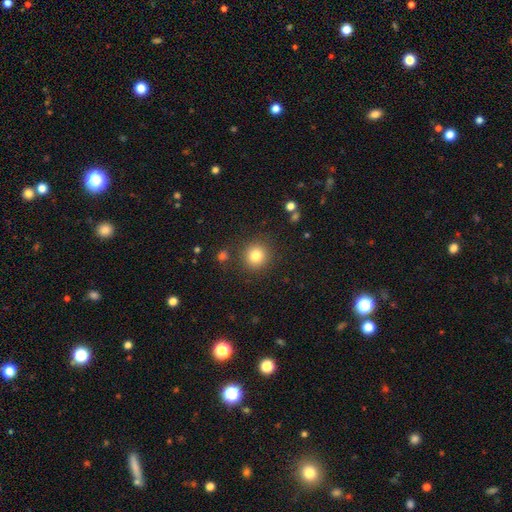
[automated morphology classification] Smooth or featured? smooth (81%)
How rounded? round (92%)
Merging? none (87%)